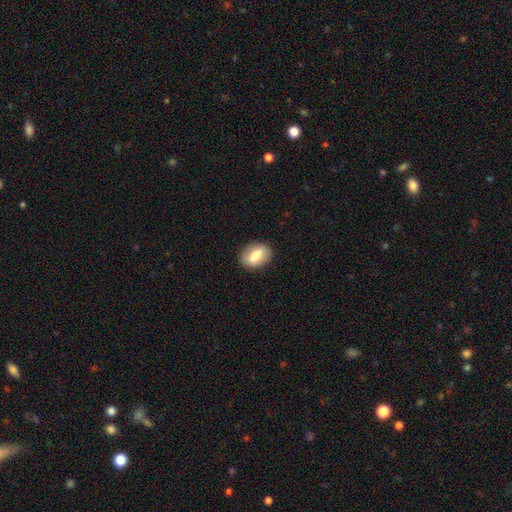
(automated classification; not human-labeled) Smooth or featured? smooth (73%)
How rounded? in between (80%)
Merging? none (86%)